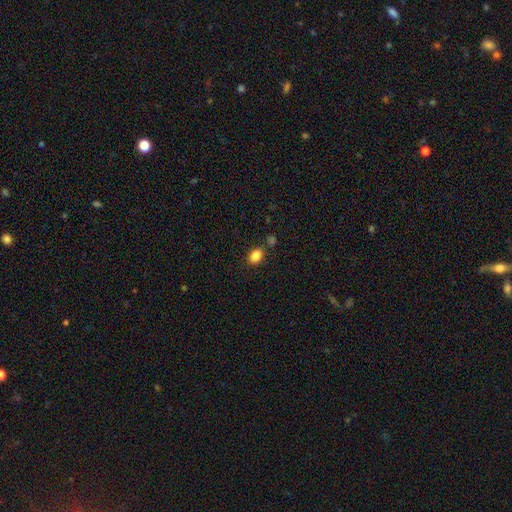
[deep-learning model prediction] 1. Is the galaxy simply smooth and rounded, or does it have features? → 86% smooth, 10% star or artifact, 4% featured or disk.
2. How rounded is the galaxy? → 76% in between, 22% round, 1% cigar-shaped.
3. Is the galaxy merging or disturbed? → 80% none, 11% minor disturbance, 6% merger, 3% major disturbance.